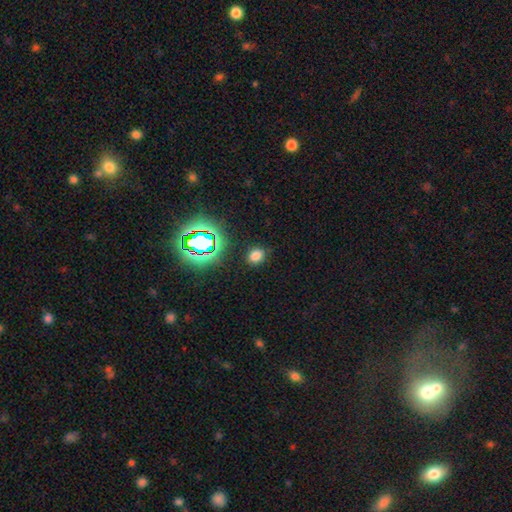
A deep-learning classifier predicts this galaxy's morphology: This is likely a smooth galaxy (71%). How rounded: possibly round (51%). Merging: clearly none (85%).